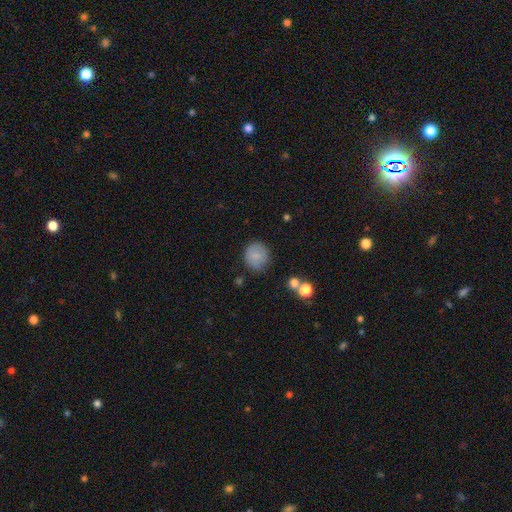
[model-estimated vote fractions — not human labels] Overall: smooth (78%). How rounded: round (87%). Merging: none (77%).